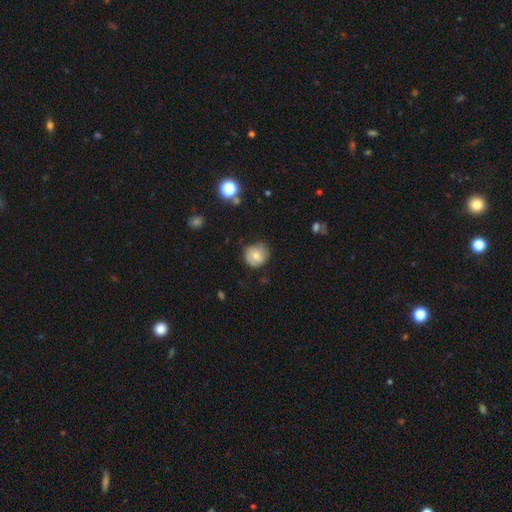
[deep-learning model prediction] Smooth or featured? Predicted: smooth (p=0.73). How rounded? Predicted: round (p=0.85). Merging? Predicted: none (p=0.68).